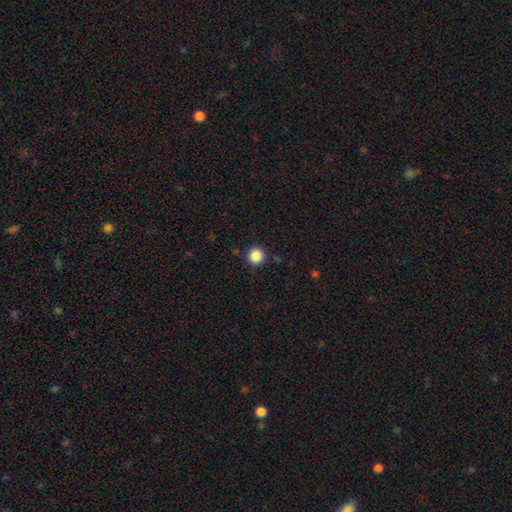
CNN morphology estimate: Smooth or featured: smooth — 86% (star or artifact — 11%)
How rounded: round — 94% (in between — 5%)
Merging: none — 90% (minor disturbance — 6%)